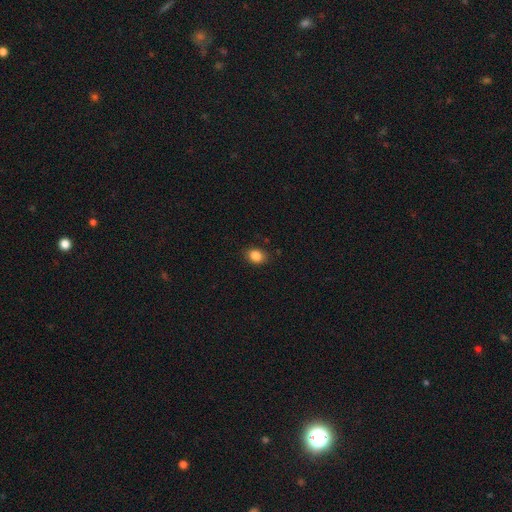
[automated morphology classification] Smooth or featured? smooth (86%)
How rounded? in between (62%)
Merging? none (86%)